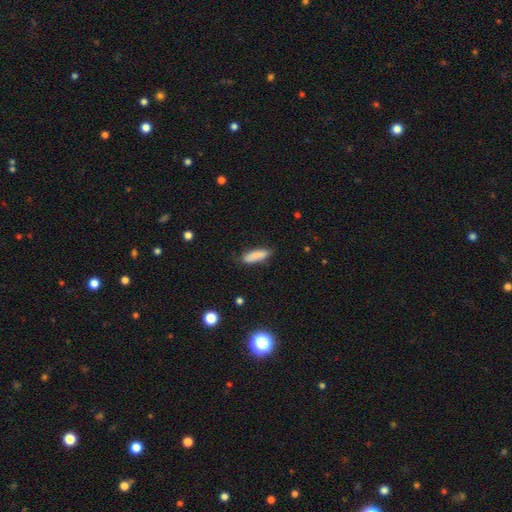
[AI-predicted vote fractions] Overall: smooth (85%). How rounded: in between (50%; cigar-shaped 49%). Merging: none (77%).